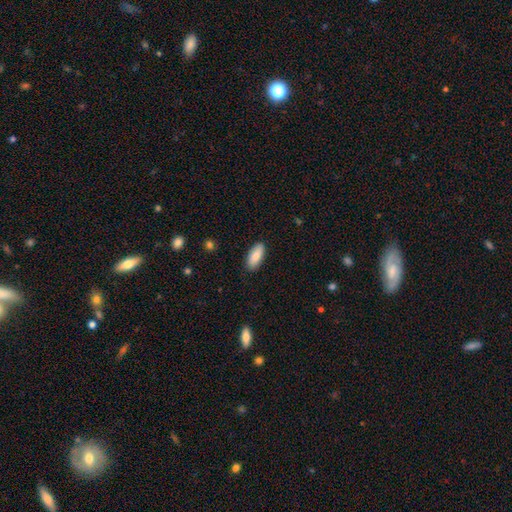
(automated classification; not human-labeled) Q: Smooth or featured?
A: smooth (87%); runner-up: featured or disk (7%)
Q: How rounded?
A: in between (84%); runner-up: cigar-shaped (14%)
Q: Merging?
A: none (88%); runner-up: minor disturbance (9%)